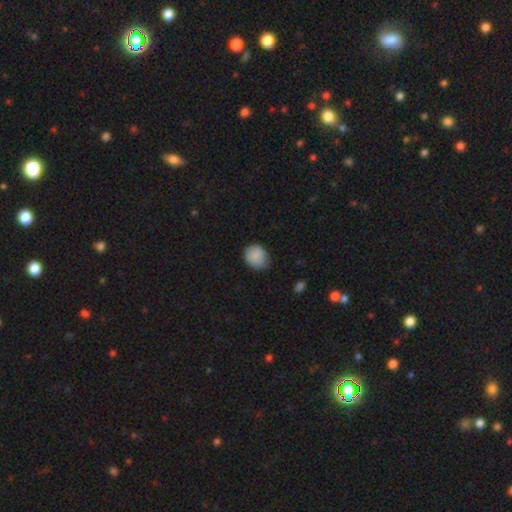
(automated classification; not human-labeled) Smooth or featured: smooth — 85% (star or artifact — 8%)
How rounded: round — 68% (in between — 31%)
Merging: none — 65% (minor disturbance — 29%)